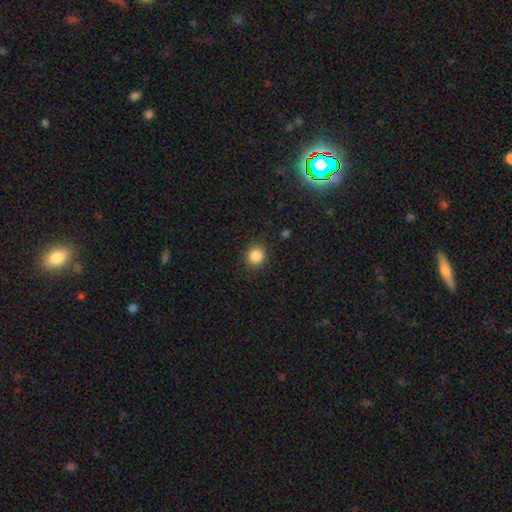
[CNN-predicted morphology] A smooth galaxy with no disk features (86%) that is round (89%).

Vote fractions:
- Smooth or featured? smooth: 86% / star or artifact: 10% / featured or disk: 4%
- How rounded? round: 89% / in between: 11% / cigar-shaped: 1%
- Merging? none: 89% / minor disturbance: 8% / major disturbance: 3% / merger: 1%